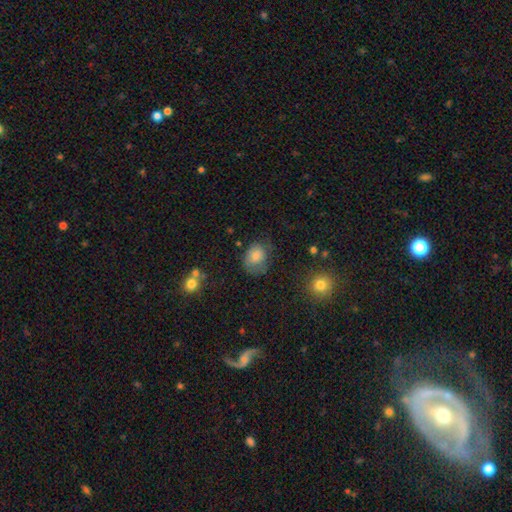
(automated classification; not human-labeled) Morphology: type=smooth (72%); roundness=in between (53%); merging=none (56%).